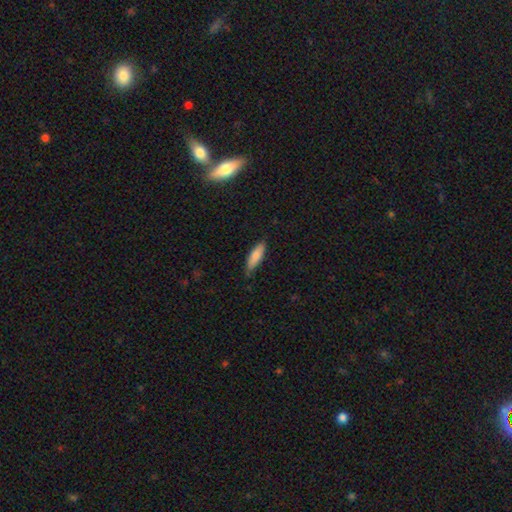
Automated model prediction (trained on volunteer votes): smooth 83%, featured or disk 11%, star or artifact 6%. Down the decision tree: how rounded — in between (51%); merging — none (75%).